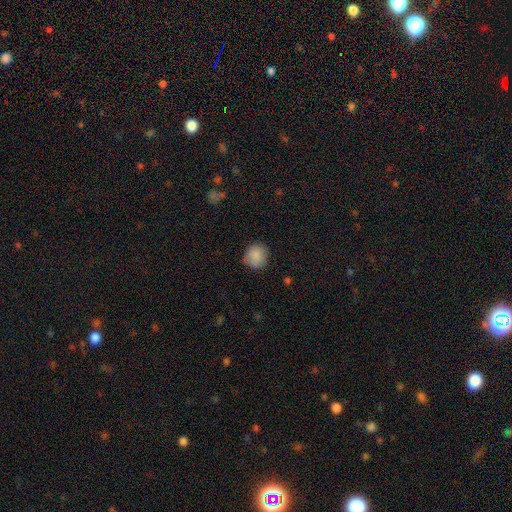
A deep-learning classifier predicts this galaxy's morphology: smooth_or_featured: smooth (p=0.87) [alt: star or artifact p=0.08]
how_rounded: round (p=0.86) [alt: in between p=0.13]
merging: none (p=0.79) [alt: minor disturbance p=0.16]